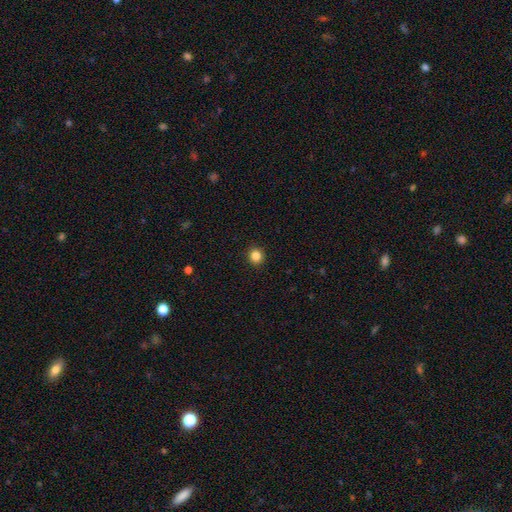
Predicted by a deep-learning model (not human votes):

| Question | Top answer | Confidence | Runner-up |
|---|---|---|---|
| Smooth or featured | smooth | 85% | star or artifact (11%) |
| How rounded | round | 90% | in between (9%) |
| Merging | none | 93% | minor disturbance (5%) |